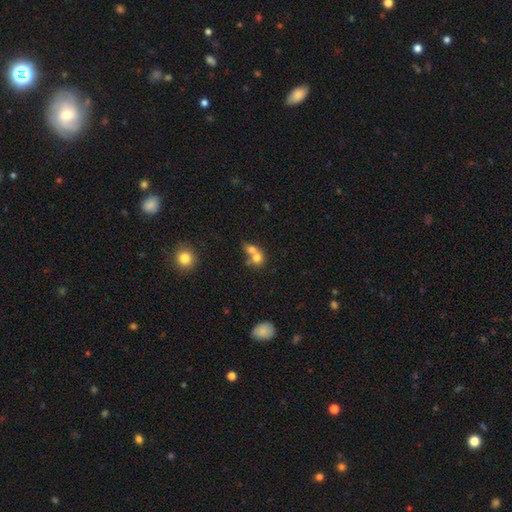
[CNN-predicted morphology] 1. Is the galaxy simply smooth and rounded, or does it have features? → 72% smooth, 18% featured or disk, 10% star or artifact.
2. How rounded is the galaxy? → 68% round, 30% in between, 1% cigar-shaped.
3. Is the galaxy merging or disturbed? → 67% merger, 23% none, 6% minor disturbance, 4% major disturbance.